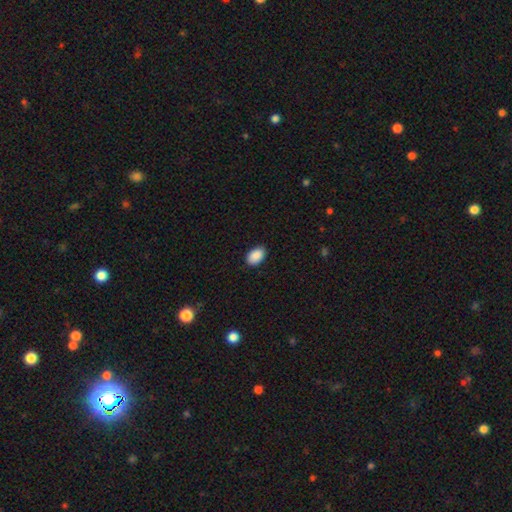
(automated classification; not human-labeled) smooth 90%, star or artifact 7%, featured or disk 3%. Down the decision tree: how rounded — in between (89%); merging — none (87%).